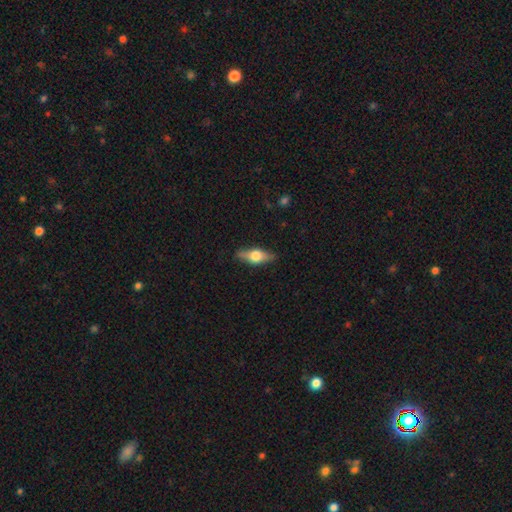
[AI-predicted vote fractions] Morphology: type=featured or disk (52%); edge-on=yes (91%); merging=none (84%).